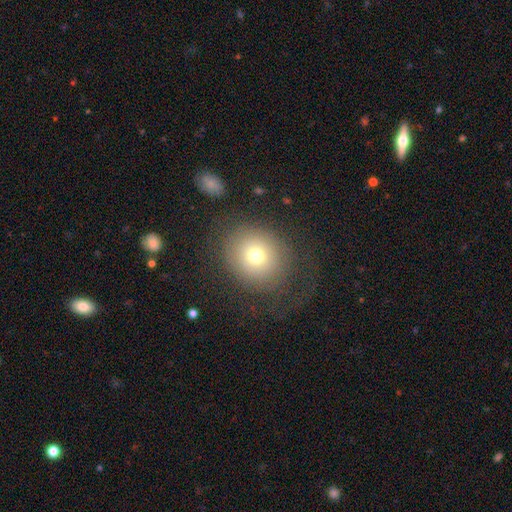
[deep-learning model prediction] Smooth or featured? Predicted: smooth (p=0.69). How rounded? Predicted: round (p=0.80). Merging? Predicted: none (p=0.67).